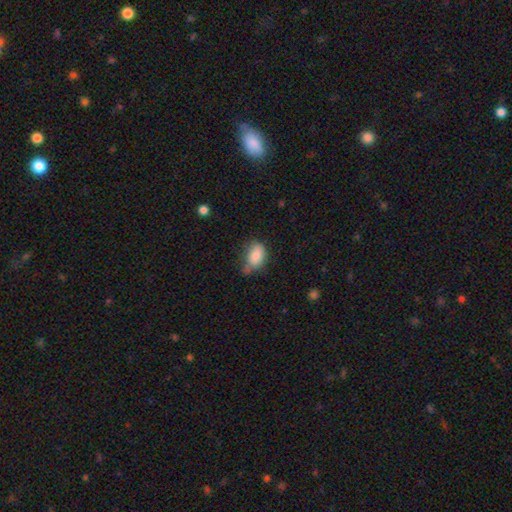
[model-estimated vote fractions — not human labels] This is clearly a smooth galaxy (82%). How rounded: clearly in between (85%). Merging: marginally none (43%).